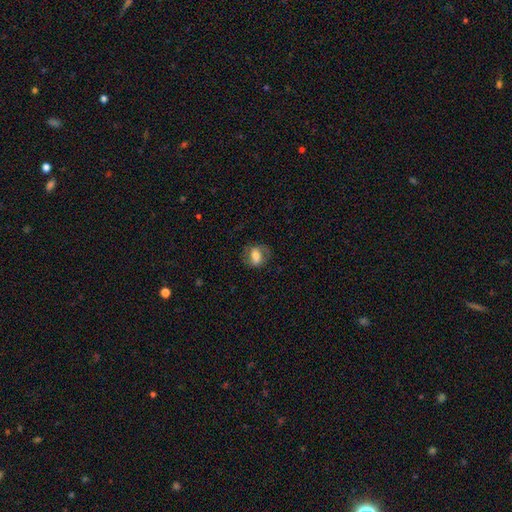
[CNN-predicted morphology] smooth 52%, featured or disk 40%, star or artifact 8%. Down the decision tree: how rounded — in between (65%); merging — none (71%).